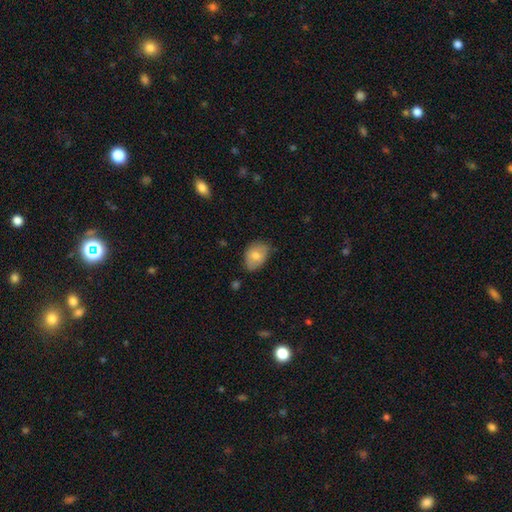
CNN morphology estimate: Smooth or featured? smooth (74%)
How rounded? in between (76%)
Merging? none (60%)